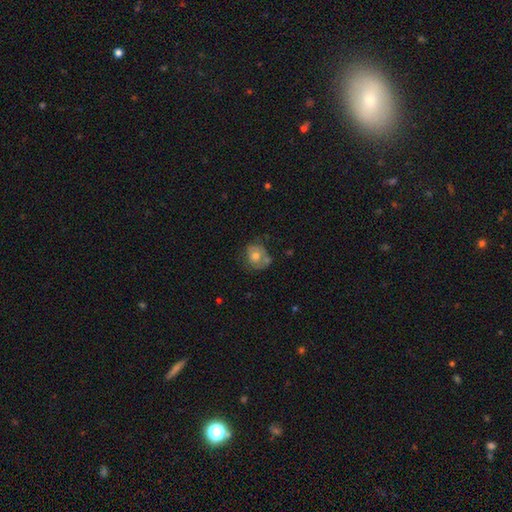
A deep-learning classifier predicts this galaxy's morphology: smooth-or-featured: smooth: 64% | featured or disk: 28% | star or artifact: 9%
  how-rounded: round: 69% | in between: 30% | cigar-shaped: 1%
  merging: none: 48% | minor disturbance: 27% | merger: 13% | major disturbance: 11%